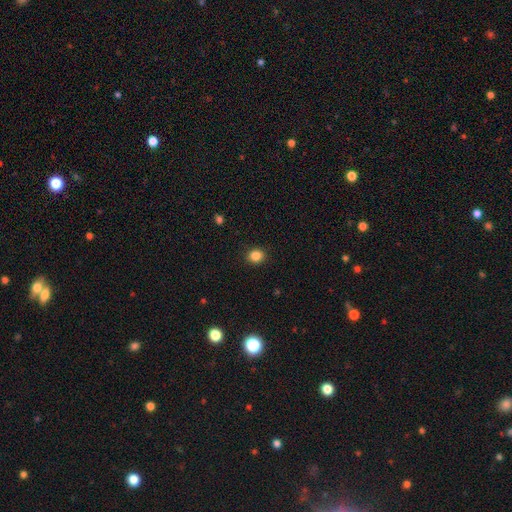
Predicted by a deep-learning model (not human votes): smooth-or-featured: smooth: 85% | star or artifact: 11% | featured or disk: 4%
  how-rounded: round: 78% | in between: 21% | cigar-shaped: 1%
  merging: none: 90% | minor disturbance: 7% | major disturbance: 2% | merger: 1%